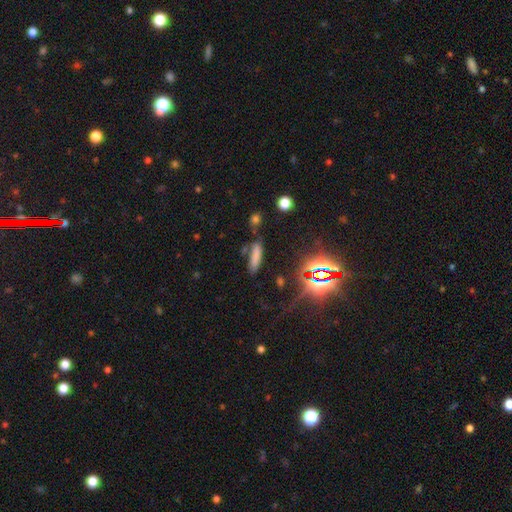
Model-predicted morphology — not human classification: Smooth or featured: smooth — 72% (star or artifact — 18%)
How rounded: cigar-shaped — 67% (in between — 30%)
Merging: none — 70% (minor disturbance — 16%)